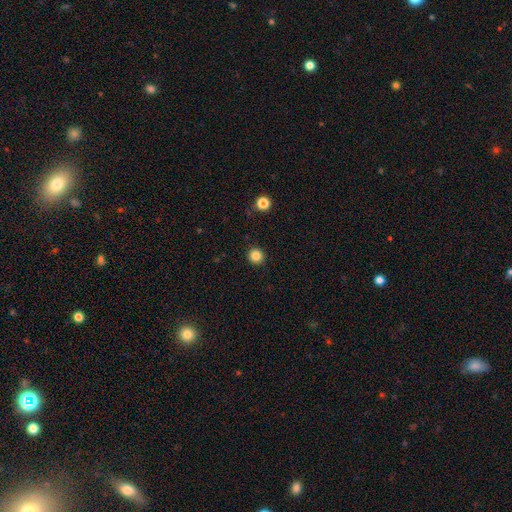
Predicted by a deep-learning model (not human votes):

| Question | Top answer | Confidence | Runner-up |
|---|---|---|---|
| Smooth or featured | smooth | 84% | star or artifact (12%) |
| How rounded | round | 93% | in between (6%) |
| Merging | none | 92% | minor disturbance (5%) |